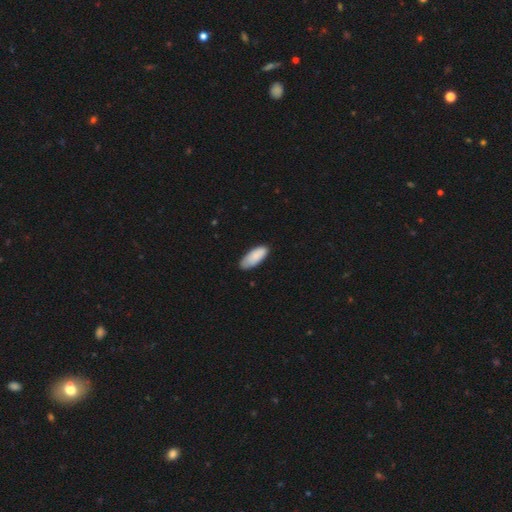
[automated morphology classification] This is clearly a smooth galaxy (87%). How rounded: clearly in between (82%). Merging: likely none (78%).